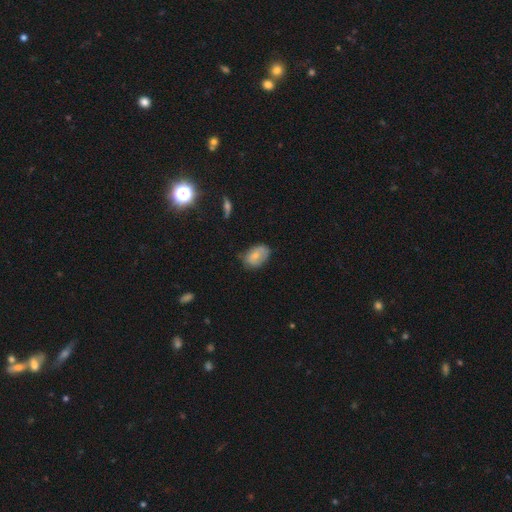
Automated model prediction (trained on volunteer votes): This is likely a smooth galaxy (70%). How rounded: clearly in between (85%). Merging: possibly none (58%).